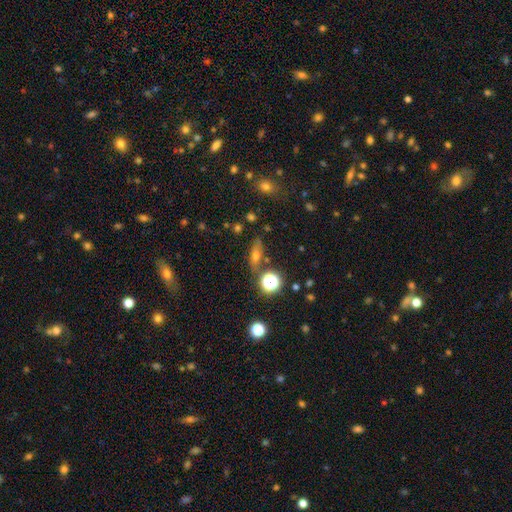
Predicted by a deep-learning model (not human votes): Smooth or featured: smooth — 47% (featured or disk — 27%)
Merging: none — 75% (minor disturbance — 12%)